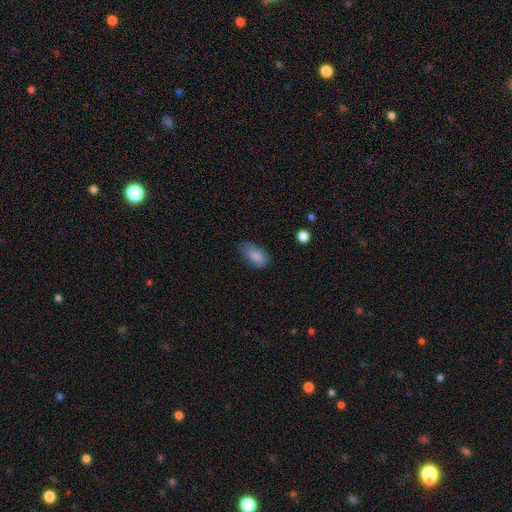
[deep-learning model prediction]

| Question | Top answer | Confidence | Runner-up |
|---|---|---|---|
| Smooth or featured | smooth | 84% | featured or disk (8%) |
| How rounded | in between | 91% | cigar-shaped (5%) |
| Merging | none | 67% | minor disturbance (26%) |